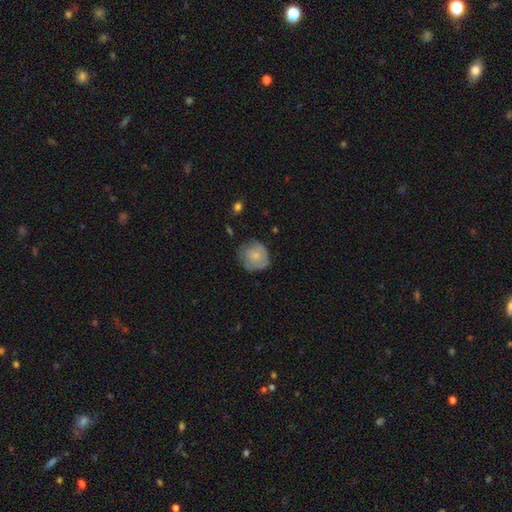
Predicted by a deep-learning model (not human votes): A smooth galaxy with no disk features (64%) that is round (85%).

Vote fractions:
- Smooth or featured? smooth: 64% / featured or disk: 28% / star or artifact: 7%
- How rounded? round: 85% / in between: 14% / cigar-shaped: 1%
- Merging? none: 62% / minor disturbance: 27% / major disturbance: 9% / merger: 2%